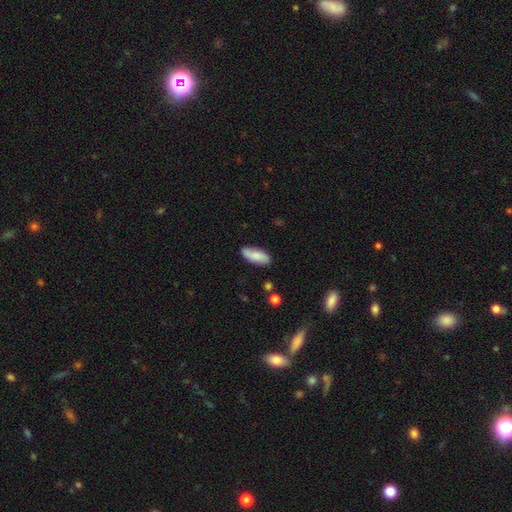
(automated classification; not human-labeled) A smooth galaxy with no disk features (79%) that is in between round and cigar-shaped (80%).

Vote fractions:
- Smooth or featured? smooth: 79% / featured or disk: 15% / star or artifact: 6%
- How rounded? in between: 80% / cigar-shaped: 18% / round: 2%
- Merging? none: 80% / minor disturbance: 15% / major disturbance: 3% / merger: 2%